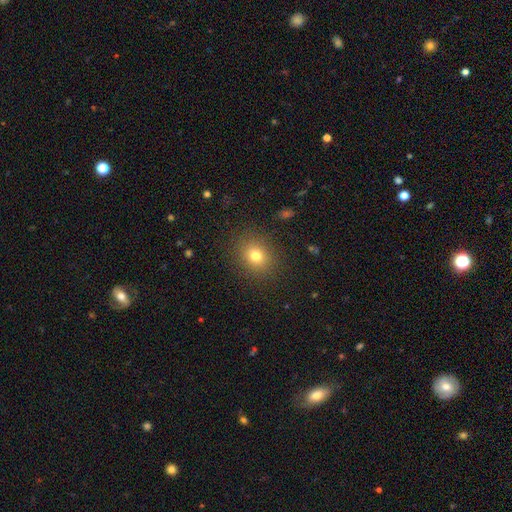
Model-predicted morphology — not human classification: A smooth galaxy with no disk features (77%) that is round (68%).

Vote fractions:
- Smooth or featured? smooth: 77% / star or artifact: 14% / featured or disk: 9%
- How rounded? round: 68% / in between: 31% / cigar-shaped: 1%
- Merging? none: 88% / minor disturbance: 8% / major disturbance: 3% / merger: 1%